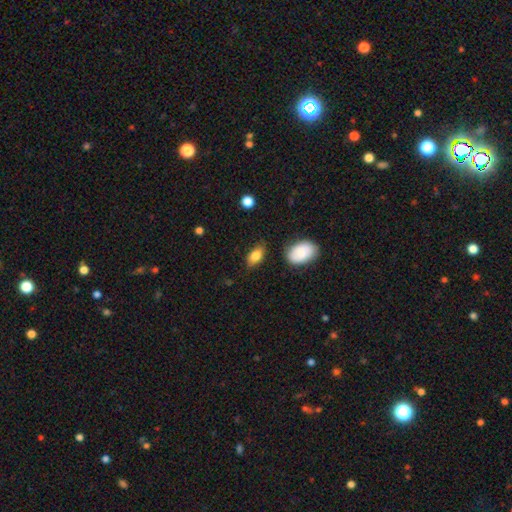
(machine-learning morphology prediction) A smooth galaxy with no disk features (80%) that is in between round and cigar-shaped (90%). Merging: none (79%).